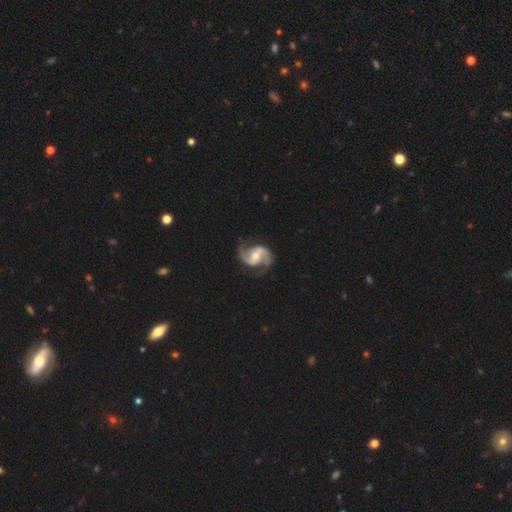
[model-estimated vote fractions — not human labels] smooth-or-featured: featured or disk: 92% | smooth: 4% | star or artifact: 4%
  disk-edge-on: no: 98% | yes: 2%
    bar: weak: 44% | no: 32% | strong: 24%
    has-spiral-arms: yes: 98% | no: 2%
      spiral-winding: medium: 58% | loose: 26% | tight: 15%
      spiral-arm-count: 2: 94% | can't tell: 2% | 3: 1% | 1: 1% | 4: 1% | more than 4: 1%
    bulge-size: moderate: 57% | small: 36% | large: 4% | none: 2% | dominant: 1%
  merging: none: 79% | minor disturbance: 14% | major disturbance: 6% | merger: 1%